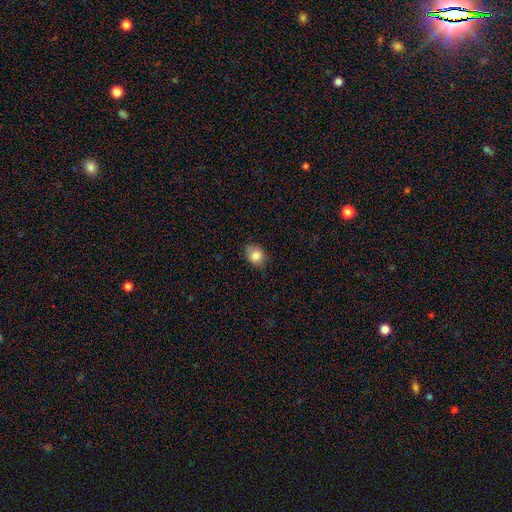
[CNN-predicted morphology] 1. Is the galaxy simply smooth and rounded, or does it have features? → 84% smooth, 9% star or artifact, 7% featured or disk.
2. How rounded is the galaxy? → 57% in between, 42% round, 1% cigar-shaped.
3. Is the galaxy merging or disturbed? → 79% none, 17% minor disturbance, 3% major disturbance, 1% merger.